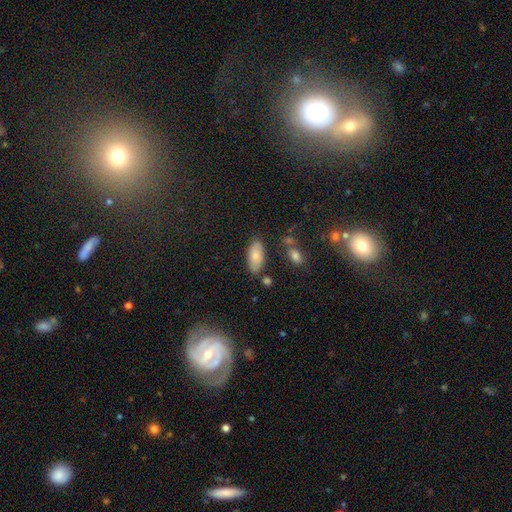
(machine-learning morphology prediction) type=smooth (80%); roundness=in between (89%); merging=none (78%).